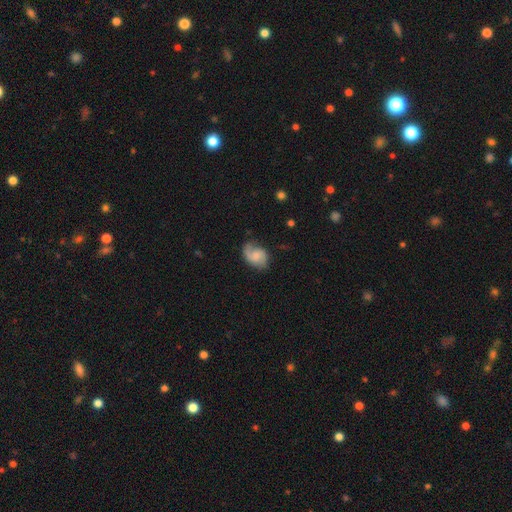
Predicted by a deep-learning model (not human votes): The model was most divided on "spiral winding": medium: 45%, loose: 33%, tight: 22%. More confident: edge-on disk — no (97%); spiral arms — yes (93%); spiral arm count — 2 (74%); merging — none (65%); smooth or featured — featured or disk (65%); bar — no (61%); bulge size — small (51%).